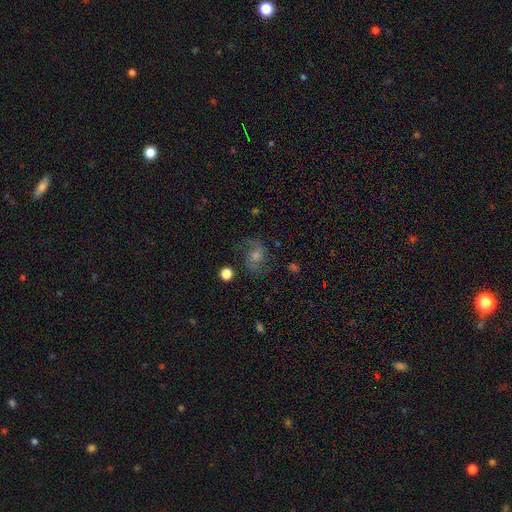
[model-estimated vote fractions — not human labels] Smooth or featured: featured or disk — 69% (smooth — 16%)
Edge-on disk: no — 97% (yes — 3%)
Bar: no — 60% (weak — 33%)
Spiral arms: yes — 93% (no — 7%)
Spiral winding: medium — 49% (loose — 35%)
Spiral arm count: 2 — 85% (can't tell — 6%)
Bulge size: moderate — 55% (small — 32%)
Merging: none — 74% (minor disturbance — 15%)